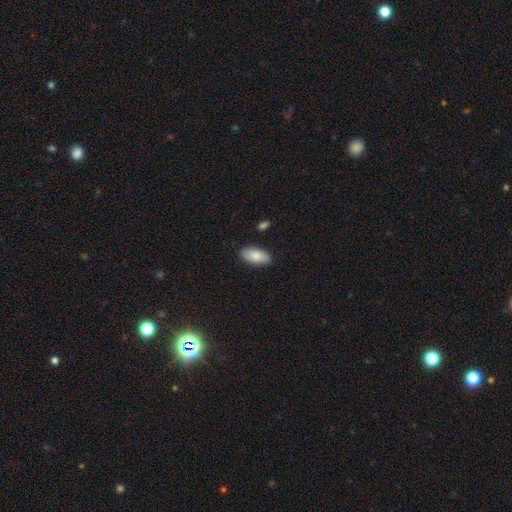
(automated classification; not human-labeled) Smooth or featured: smooth — 84% (featured or disk — 9%)
How rounded: in between — 94% (cigar-shaped — 4%)
Merging: none — 85% (minor disturbance — 11%)